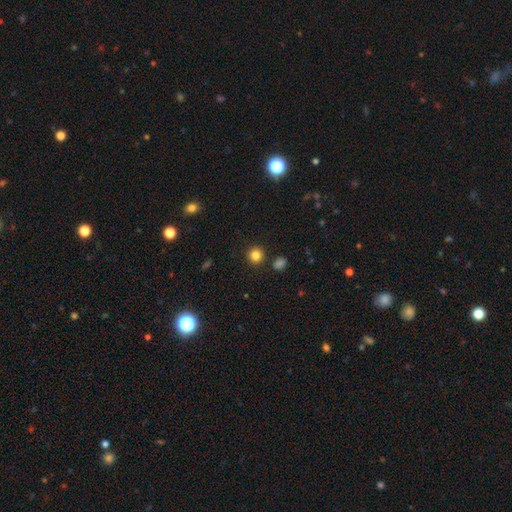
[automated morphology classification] Smooth or featured? smooth (84%)
How rounded? round (92%)
Merging? none (89%)